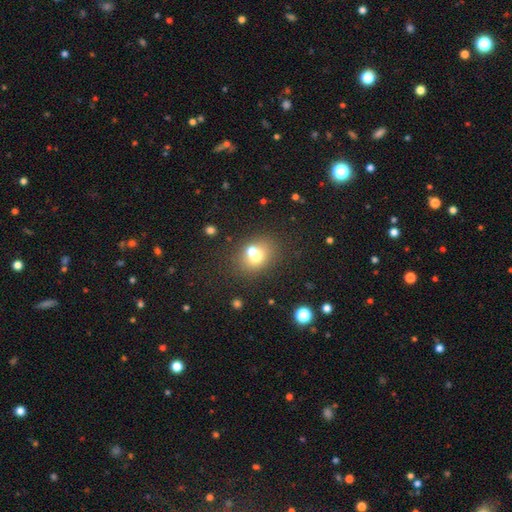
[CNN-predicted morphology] Smooth or featured? smooth (64%)
How rounded? round (61%)
Merging? none (44%)